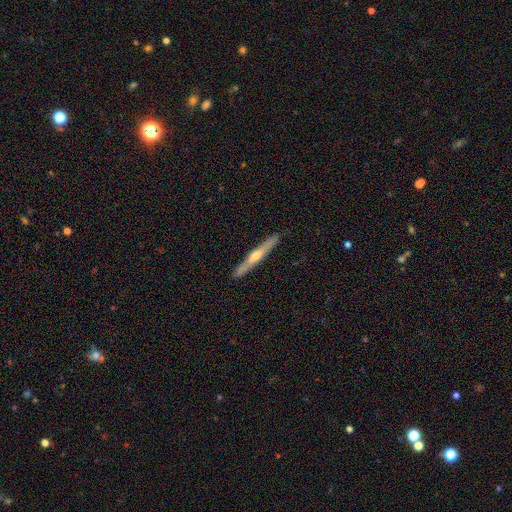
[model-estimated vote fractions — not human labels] The model was most divided on "smooth or featured": featured or disk: 66%, smooth: 28%, star or artifact: 6%. More confident: edge-on disk — yes (96%); merging — none (91%); edge-on bulge — rounded (82%).